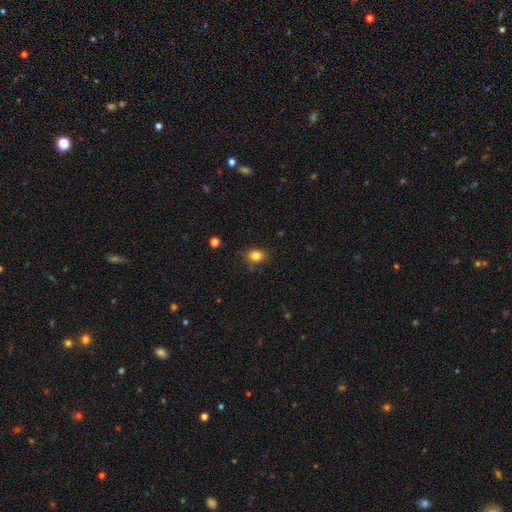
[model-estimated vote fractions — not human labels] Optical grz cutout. It shows a smooth galaxy with no disk features (83%) that is in between round and cigar-shaped (52%). Merging: none (80%).